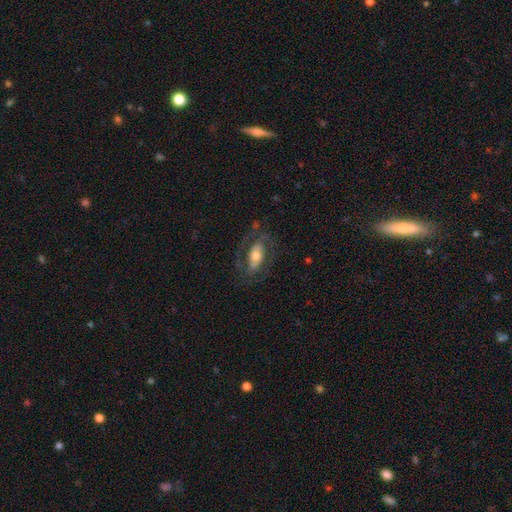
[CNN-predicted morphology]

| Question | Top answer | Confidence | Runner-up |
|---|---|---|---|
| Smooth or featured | featured or disk | 61% | smooth (32%) |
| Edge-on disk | no | 91% | yes (9%) |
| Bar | no | 50% | weak (27%) |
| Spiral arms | yes | 67% | no (33%) |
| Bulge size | moderate | 59% | small (21%) |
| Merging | none | 66% | minor disturbance (17%) |